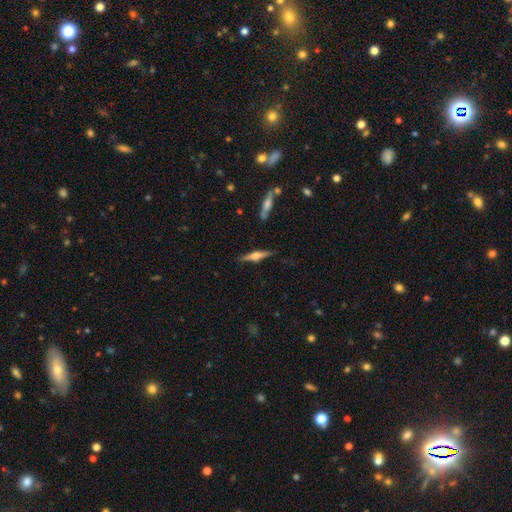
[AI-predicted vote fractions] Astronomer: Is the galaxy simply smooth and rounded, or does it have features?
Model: featured or disk — 69%.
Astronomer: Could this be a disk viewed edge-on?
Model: yes — 97%.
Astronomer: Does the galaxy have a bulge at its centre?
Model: rounded — 84%.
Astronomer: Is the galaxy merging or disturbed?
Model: none — 86%.